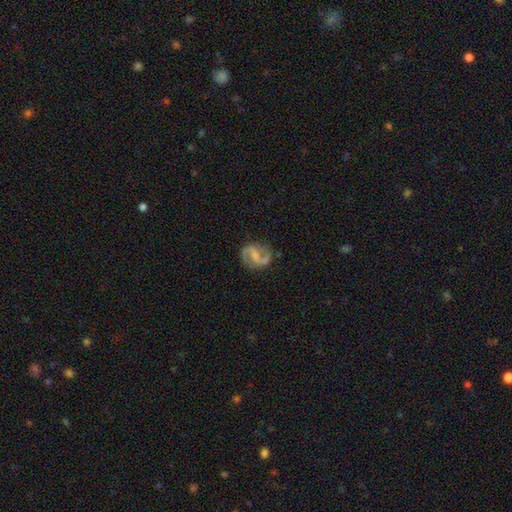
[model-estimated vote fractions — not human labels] smooth-or-featured: featured or disk: 85% | smooth: 9% | star or artifact: 6%
  disk-edge-on: no: 98% | yes: 2%
    bar: weak: 45% | strong: 37% | no: 18%
    has-spiral-arms: yes: 95% | no: 5%
      spiral-winding: loose: 46% | medium: 44% | tight: 10%
      spiral-arm-count: 2: 93% | can't tell: 2% | 1: 2% | 3: 1% | 4: 1% | more than 4: 1%
    bulge-size: none: 39% | small: 38% | moderate: 20% | large: 2% | dominant: 1%
  merging: none: 78% | minor disturbance: 14% | major disturbance: 6% | merger: 2%